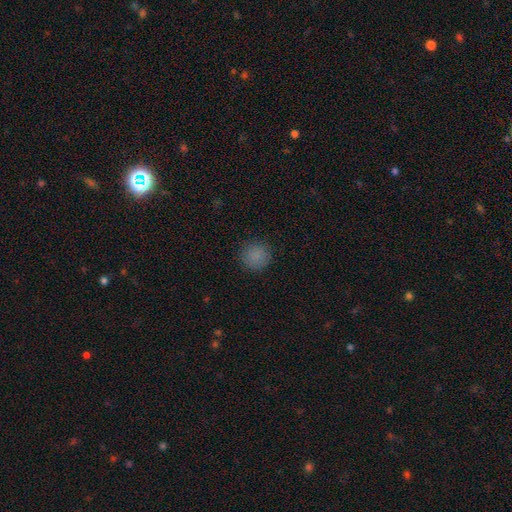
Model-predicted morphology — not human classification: Q: Smooth or featured?
A: smooth (83%); runner-up: star or artifact (13%)
Q: How rounded?
A: round (91%); runner-up: in between (8%)
Q: Merging?
A: none (87%); runner-up: minor disturbance (9%)